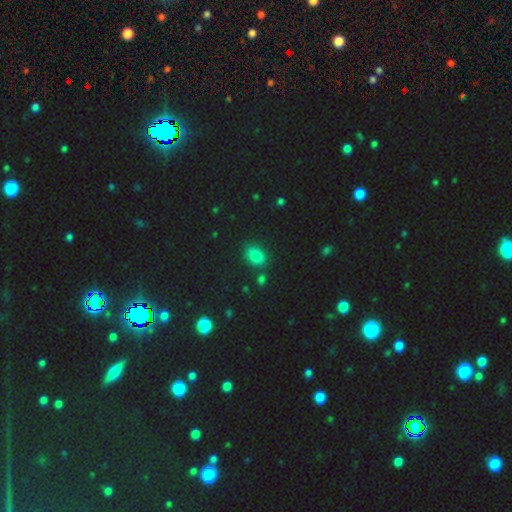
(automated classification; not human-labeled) Smooth or featured?
  - smooth: 78% *
  - star or artifact: 17%
  - featured or disk: 5%
How rounded?
  - in between: 75% *
  - round: 23%
  - cigar-shaped: 2%
Merging?
  - none: 80% *
  - minor disturbance: 12%
  - merger: 5%
  - major disturbance: 3%